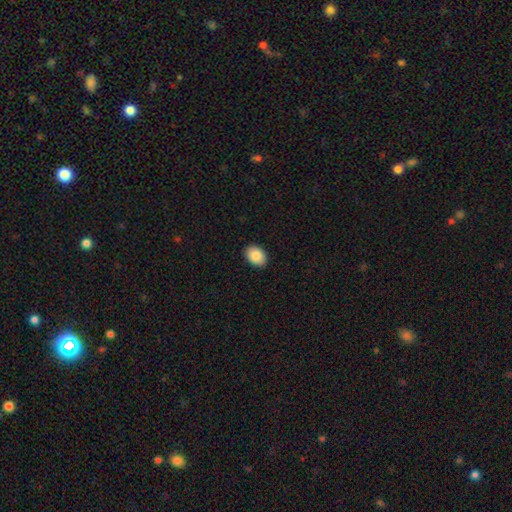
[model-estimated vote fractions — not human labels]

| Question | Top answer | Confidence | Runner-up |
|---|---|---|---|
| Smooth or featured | smooth | 88% | star or artifact (7%) |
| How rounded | in between | 77% | round (22%) |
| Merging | none | 91% | minor disturbance (7%) |